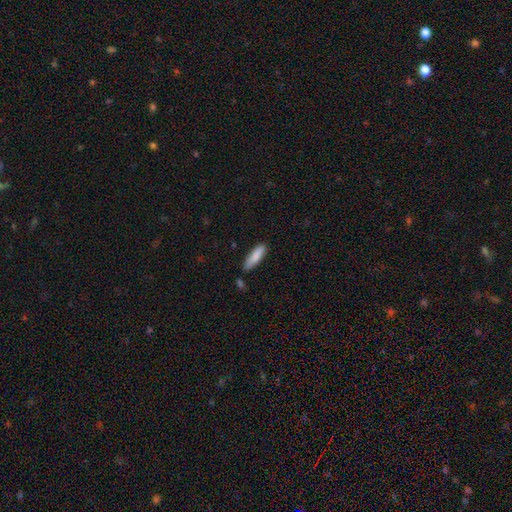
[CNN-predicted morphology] The model was most divided on "how rounded": cigar-shaped: 66%, in between: 33%, round: 1%. More confident: smooth or featured — smooth (86%); merging — none (78%).